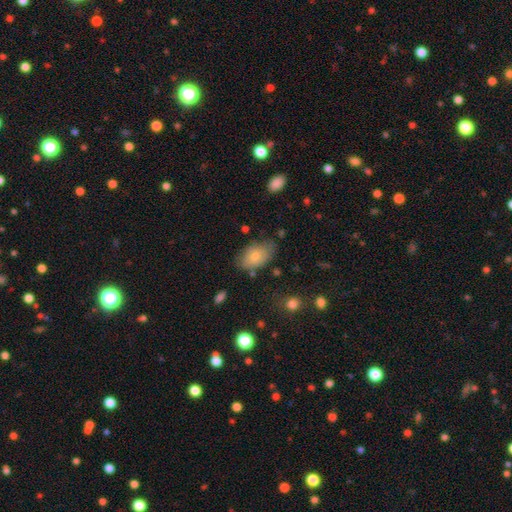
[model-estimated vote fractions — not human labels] Overall: smooth (73%). How rounded: in between (91%). Merging: none (69%).